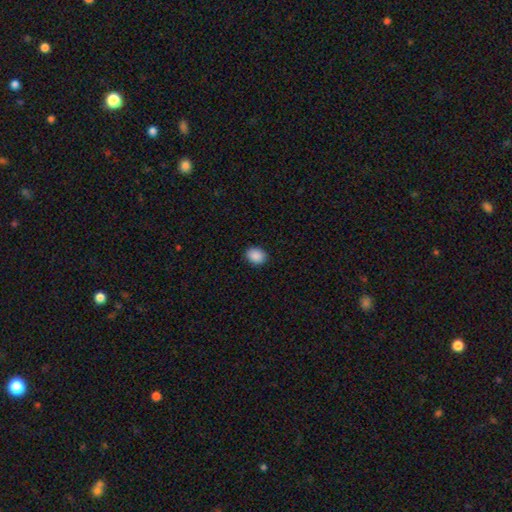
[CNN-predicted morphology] This appears to be a smooth galaxy with no disk features (89%) that is in between round and cigar-shaped (55%). Merging: none (89%).